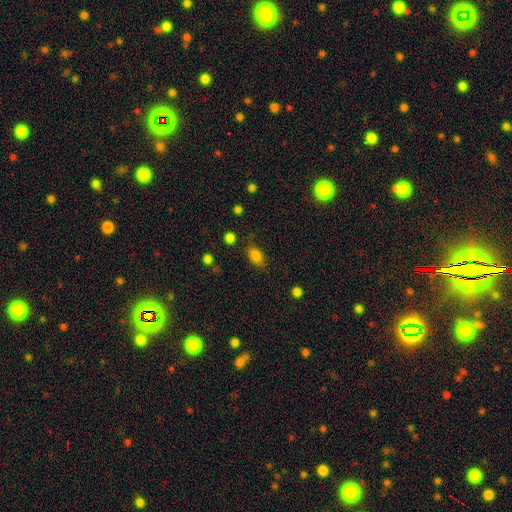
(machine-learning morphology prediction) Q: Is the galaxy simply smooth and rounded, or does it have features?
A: smooth — 82%.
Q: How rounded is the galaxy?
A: in between — 81%.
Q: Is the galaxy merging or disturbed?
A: none — 73%.